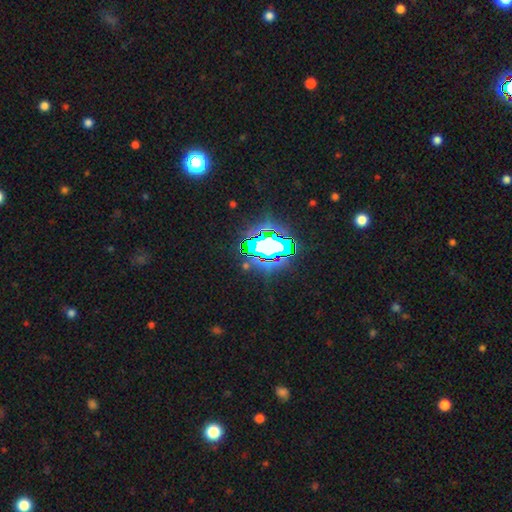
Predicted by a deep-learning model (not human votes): Smooth or featured?
  - star or artifact: 85% *
  - smooth: 9%
  - featured or disk: 6%